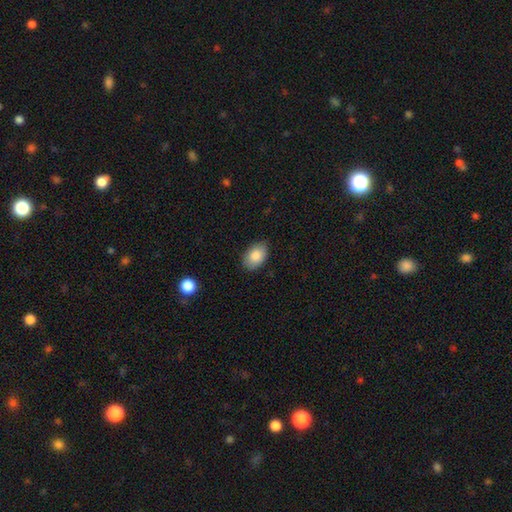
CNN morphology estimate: Smooth or featured? smooth (86%)
How rounded? in between (89%)
Merging? none (83%)